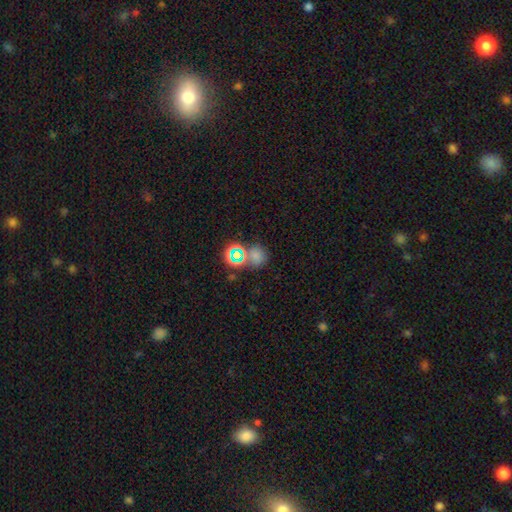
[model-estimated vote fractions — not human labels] A smooth galaxy with no disk features (58%) that is round (74%). Merging: none (62%).